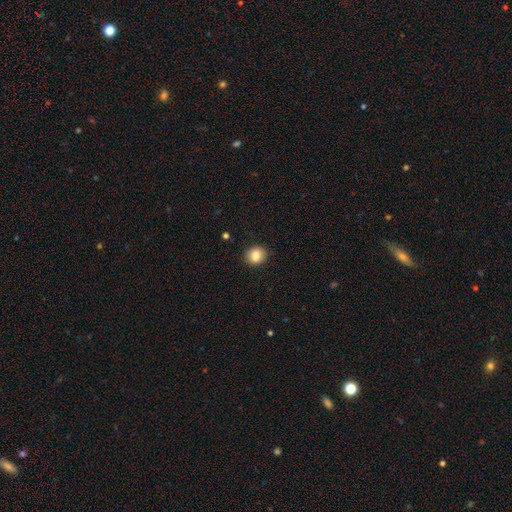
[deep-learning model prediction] smooth_or_featured: smooth (p=0.84) [alt: star or artifact p=0.09]
how_rounded: round (p=0.79) [alt: in between p=0.21]
merging: none (p=0.91) [alt: minor disturbance p=0.06]